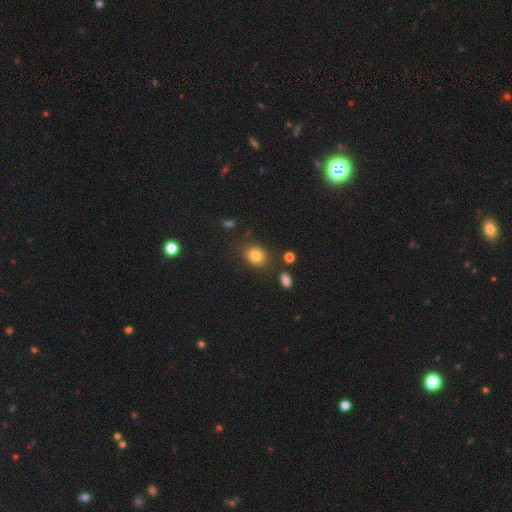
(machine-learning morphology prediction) A smooth galaxy with no disk features (81%) that is round (57%).

Vote fractions:
- Smooth or featured? smooth: 81% / star or artifact: 12% / featured or disk: 7%
- How rounded? round: 57% / in between: 42% / cigar-shaped: 1%
- Merging? none: 81% / minor disturbance: 11% / merger: 4% / major disturbance: 4%